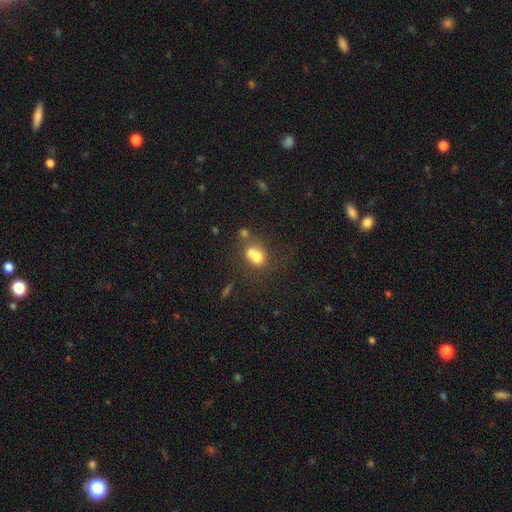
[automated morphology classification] Smooth or featured: smooth — 66% (featured or disk — 21%)
How rounded: round — 52% (in between — 46%)
Merging: merger — 55% (none — 27%)